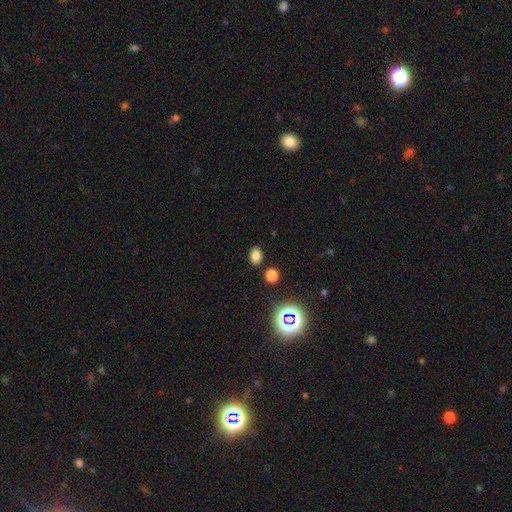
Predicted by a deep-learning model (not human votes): Smooth or featured? Predicted: smooth (p=0.78). How rounded? Predicted: in between (p=0.77). Merging? Predicted: none (p=0.85).